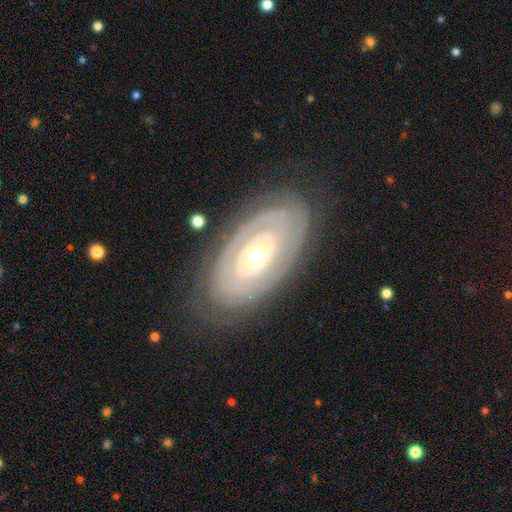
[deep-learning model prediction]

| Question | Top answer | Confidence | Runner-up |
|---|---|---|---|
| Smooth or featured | featured or disk | 78% | smooth (17%) |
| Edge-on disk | no | 93% | yes (7%) |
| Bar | no | 82% | weak (12%) |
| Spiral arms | yes | 62% | no (38%) |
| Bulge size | moderate | 56% | small (37%) |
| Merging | none | 80% | minor disturbance (13%) |